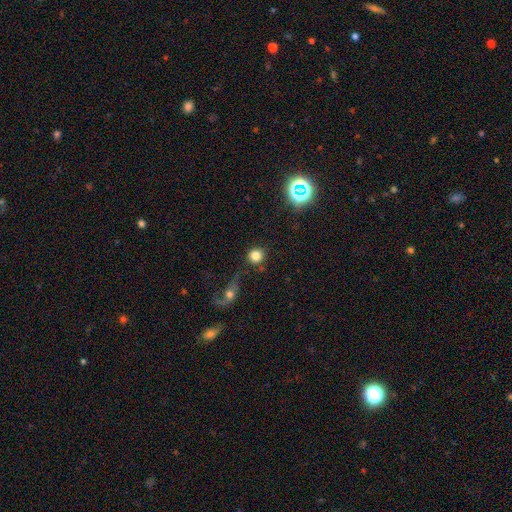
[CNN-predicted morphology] Smooth or featured? smooth (80%)
How rounded? round (92%)
Merging? none (77%)